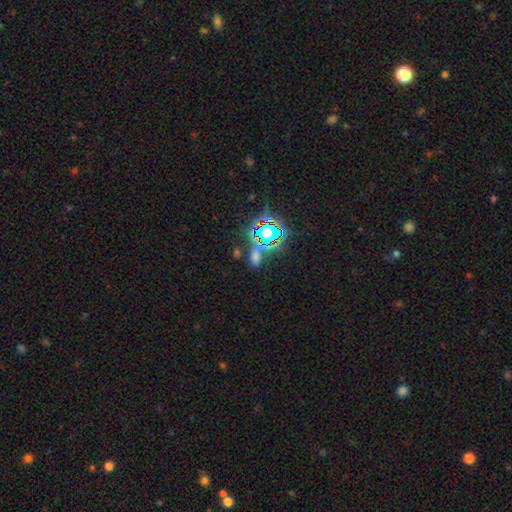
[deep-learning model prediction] smooth_or_featured: smooth (p=0.47) [alt: star or artifact p=0.45]
merging: none (p=0.67) [alt: minor disturbance p=0.13]